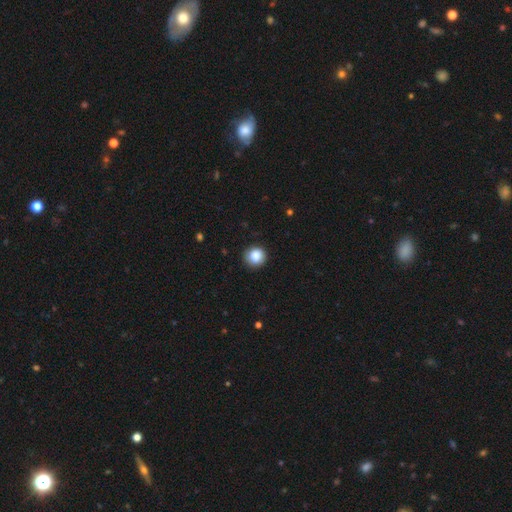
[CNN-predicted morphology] Smooth or featured: smooth — 86% (star or artifact — 9%)
How rounded: round — 91% (in between — 8%)
Merging: none — 87% (minor disturbance — 10%)